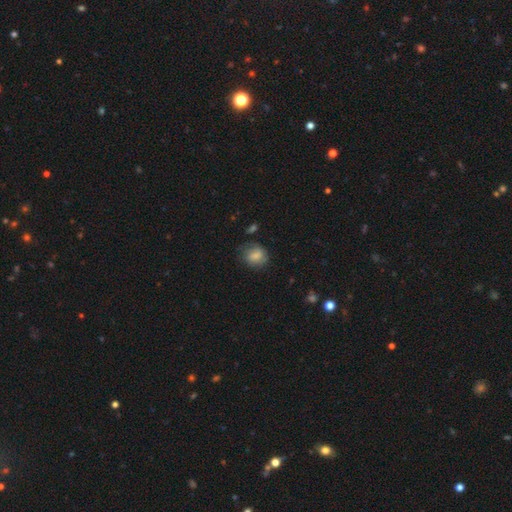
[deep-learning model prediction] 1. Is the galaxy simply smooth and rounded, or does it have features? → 71% smooth, 21% featured or disk, 9% star or artifact.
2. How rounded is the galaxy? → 63% round, 36% in between, 1% cigar-shaped.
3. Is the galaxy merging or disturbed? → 64% none, 25% minor disturbance, 9% major disturbance, 2% merger.